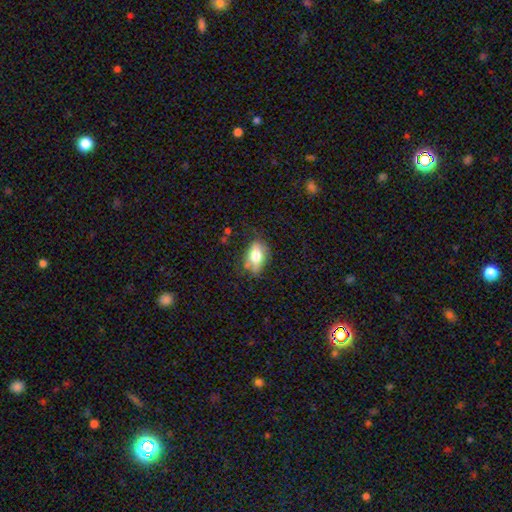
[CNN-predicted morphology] The model was most divided on "merging": none: 65%, minor disturbance: 25%, major disturbance: 7%, merger: 3%. More confident: how rounded — in between (82%); smooth or featured — smooth (67%).